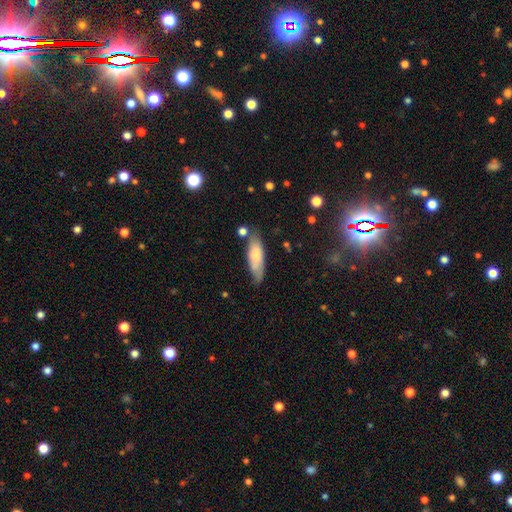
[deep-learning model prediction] This is likely a smooth galaxy (74%). How rounded: possibly in between (54%). Merging: likely none (69%).